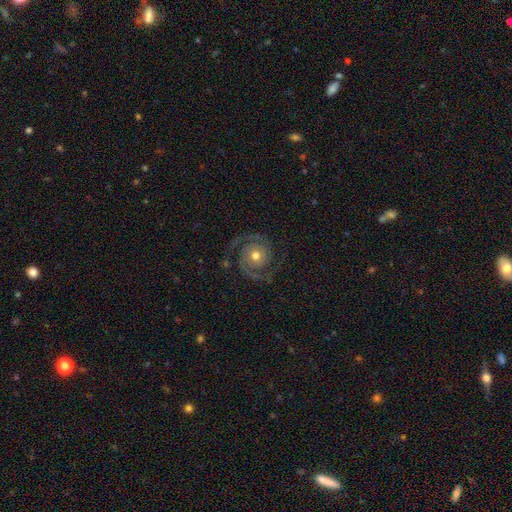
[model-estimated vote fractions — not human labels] Smooth or featured? Predicted: featured or disk (p=0.91). Edge-on disk? Predicted: no (p=0.98). Bar? Predicted: no (p=0.79). Spiral arms? Predicted: yes (p=0.98). Spiral winding? Predicted: tight (p=0.48). Spiral arm count? Predicted: 2 (p=0.93). Bulge size? Predicted: moderate (p=0.74). Merging? Predicted: none (p=0.82).